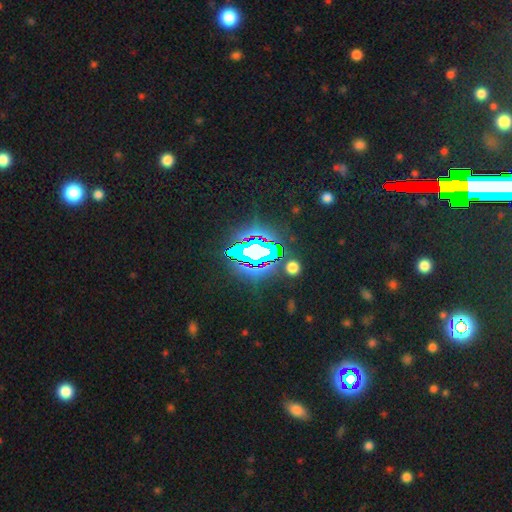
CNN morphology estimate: Smooth or featured: star or artifact — 74% (smooth — 14%)